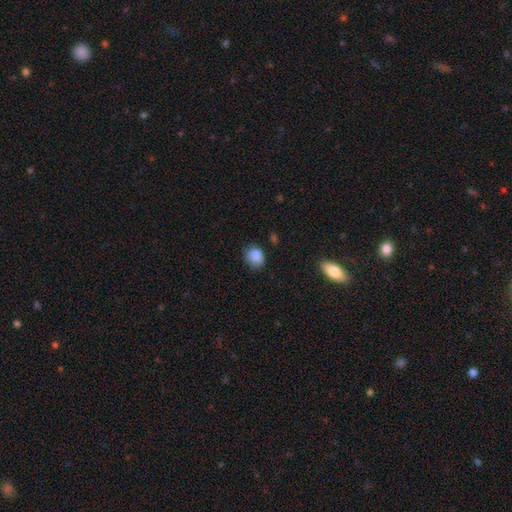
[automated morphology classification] smooth-or-featured: smooth: 87% | star or artifact: 9% | featured or disk: 4%
  how-rounded: round: 52% | in between: 47% | cigar-shaped: 1%
  merging: none: 74% | minor disturbance: 20% | major disturbance: 4% | merger: 2%